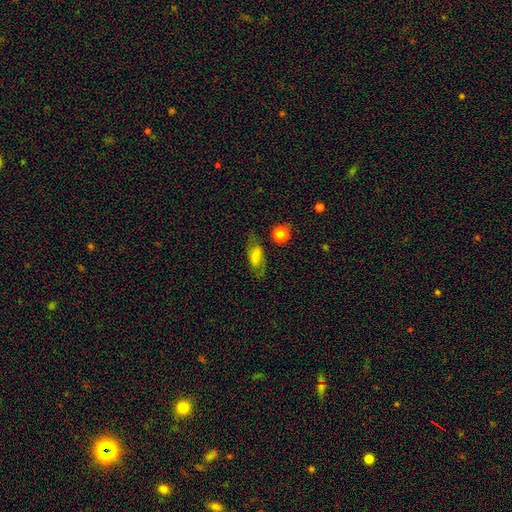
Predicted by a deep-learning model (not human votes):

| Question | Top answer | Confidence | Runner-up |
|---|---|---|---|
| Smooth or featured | smooth | 58% | featured or disk (31%) |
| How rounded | in between | 78% | cigar-shaped (14%) |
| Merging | none | 68% | minor disturbance (19%) |